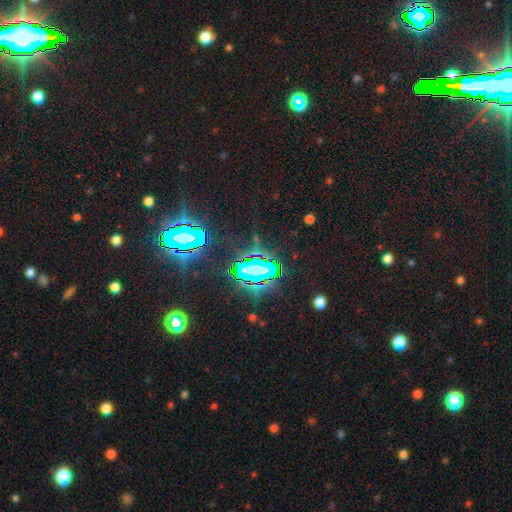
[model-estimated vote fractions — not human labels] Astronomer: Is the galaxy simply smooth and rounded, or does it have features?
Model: star or artifact — 75%.